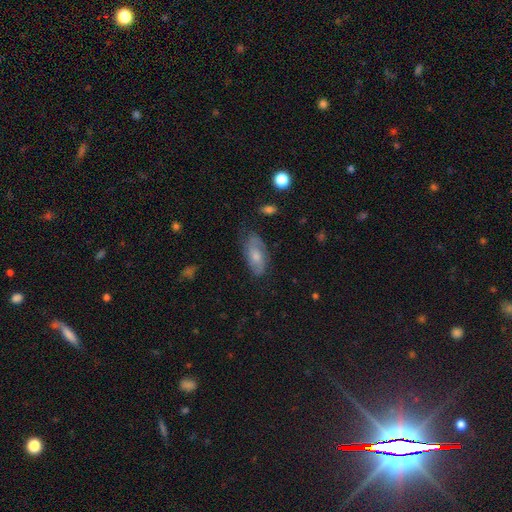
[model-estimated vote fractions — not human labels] A featured or disk galaxy (53%).

Vote fractions:
- Smooth or featured? featured or disk: 53% / smooth: 40% / star or artifact: 8%
- Edge-on disk? no: 92% / yes: 8%
- Merging? none: 68% / minor disturbance: 23% / major disturbance: 8% / merger: 2%